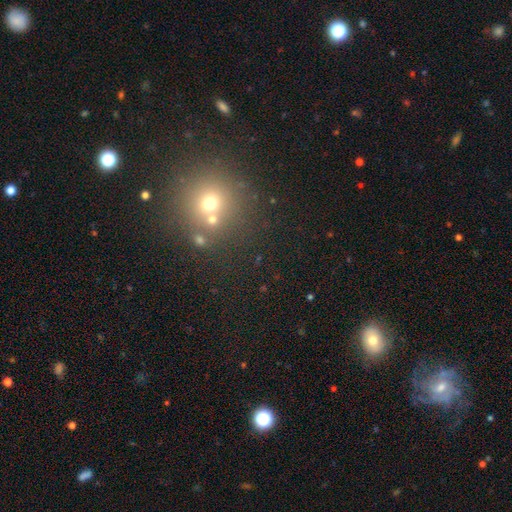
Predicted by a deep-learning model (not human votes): This is possibly a star or artifact rather than a galaxy (45%).